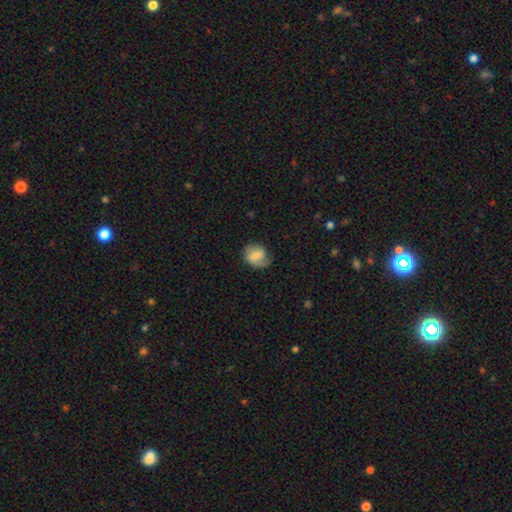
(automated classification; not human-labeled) featured or disk 52%, smooth 41%, star or artifact 7%. Down the decision tree: edge-on disk — no (97%); bar — weak (49%); spiral arms — yes (85%); bulge size — small (46%); merging — none (60%).